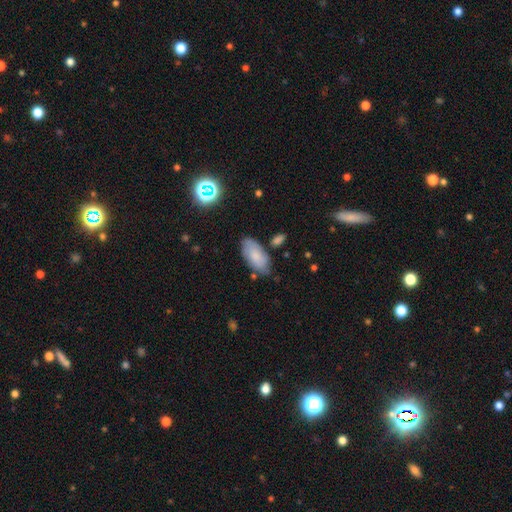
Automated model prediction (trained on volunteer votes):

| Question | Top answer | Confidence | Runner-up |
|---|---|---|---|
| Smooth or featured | smooth | 74% | featured or disk (18%) |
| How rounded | in between | 91% | cigar-shaped (6%) |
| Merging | none | 71% | minor disturbance (20%) |